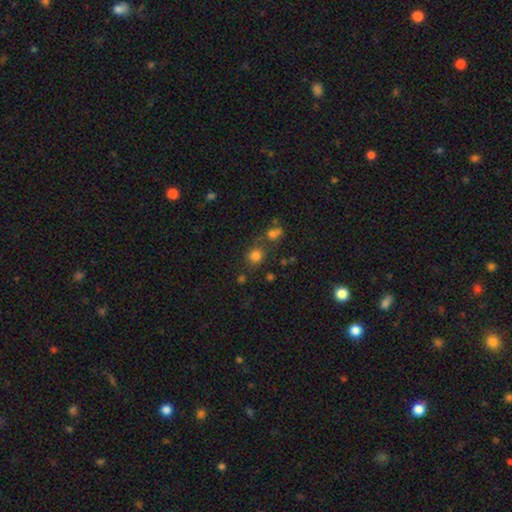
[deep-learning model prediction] smooth-or-featured: smooth: 76% | star or artifact: 17% | featured or disk: 7%
  how-rounded: round: 83% | in between: 16% | cigar-shaped: 1%
  merging: none: 65% | merger: 17% | minor disturbance: 12% | major disturbance: 6%